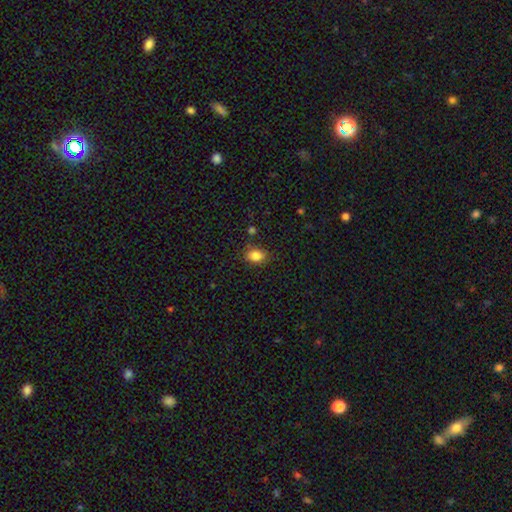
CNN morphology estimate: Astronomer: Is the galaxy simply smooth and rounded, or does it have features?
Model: smooth — 84%.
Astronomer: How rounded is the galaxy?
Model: in between — 70%.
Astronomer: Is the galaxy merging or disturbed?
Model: none — 81%.